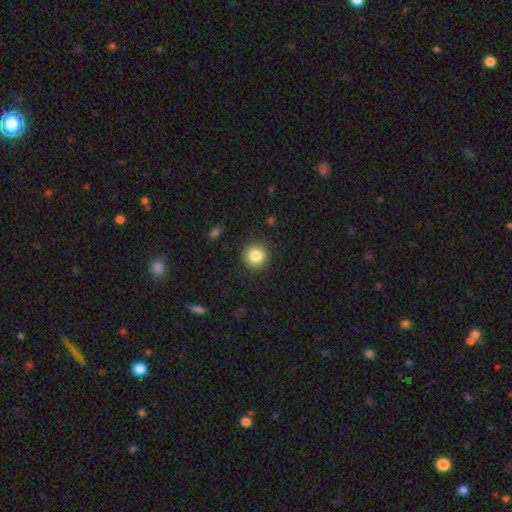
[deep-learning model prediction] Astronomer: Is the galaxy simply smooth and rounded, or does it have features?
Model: smooth — 84%.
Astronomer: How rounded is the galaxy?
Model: round — 93%.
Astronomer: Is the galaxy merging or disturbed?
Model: none — 91%.